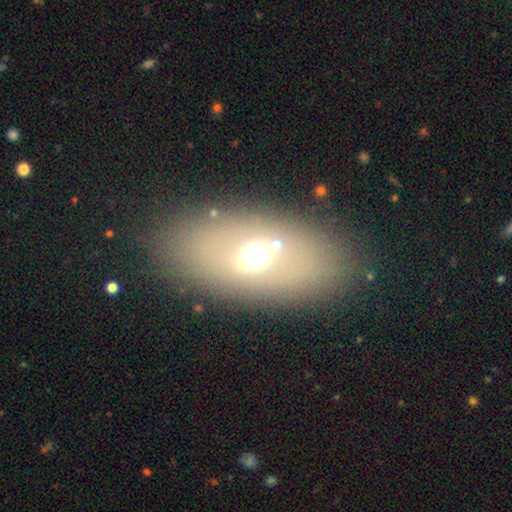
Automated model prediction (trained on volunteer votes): smooth 56%, featured or disk 30%, star or artifact 15%. Down the decision tree: how rounded — in between (84%); merging — none (83%).